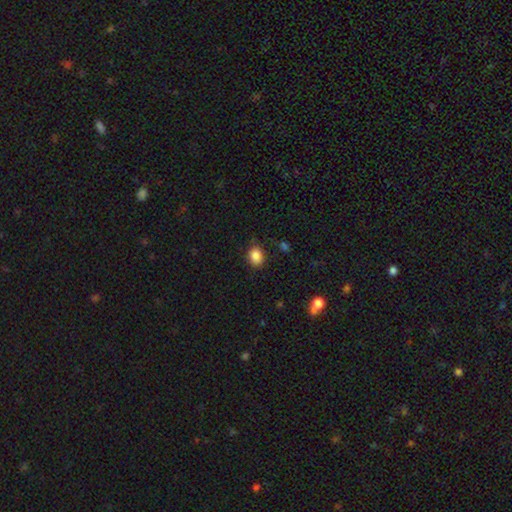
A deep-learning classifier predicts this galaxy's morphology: smooth_or_featured: smooth (p=0.87) [alt: star or artifact p=0.09]
how_rounded: in between (p=0.60) [alt: round p=0.39]
merging: none (p=0.82) [alt: minor disturbance p=0.13]